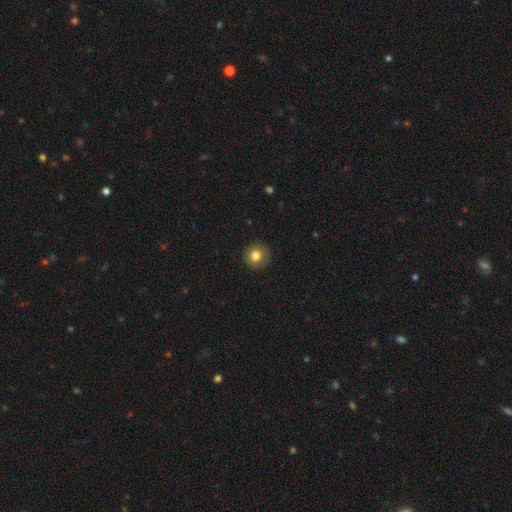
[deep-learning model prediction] smooth_or_featured: smooth (p=0.81) [alt: star or artifact p=0.10]
how_rounded: round (p=0.94) [alt: in between p=0.05]
merging: none (p=0.91) [alt: minor disturbance p=0.06]